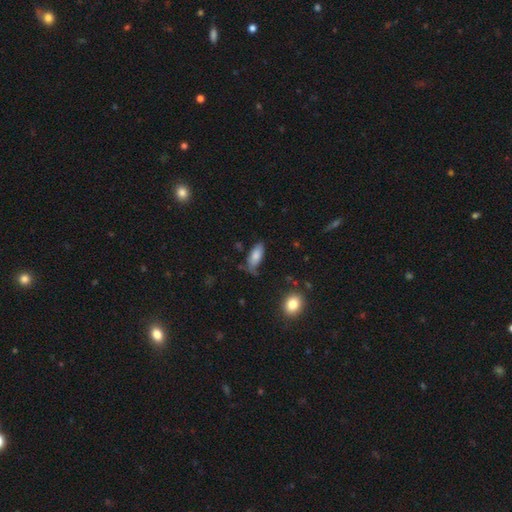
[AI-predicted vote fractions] smooth-or-featured: smooth: 80% | featured or disk: 13% | star or artifact: 7%
  how-rounded: in between: 80% | cigar-shaped: 17% | round: 2%
  merging: none: 60% | minor disturbance: 30% | major disturbance: 7% | merger: 3%